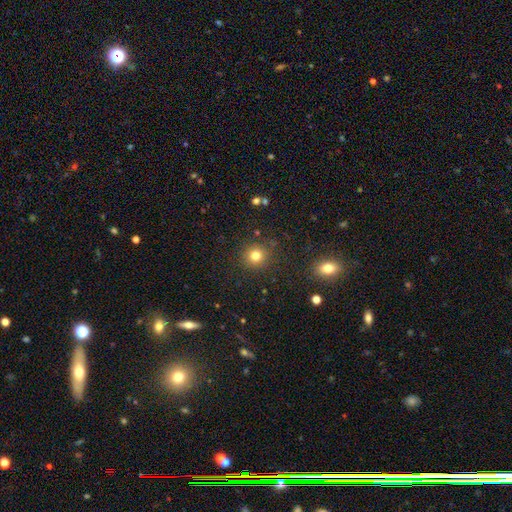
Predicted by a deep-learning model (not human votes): Smooth or featured? Predicted: smooth (p=0.79). How rounded? Predicted: round (p=0.93). Merging? Predicted: none (p=0.89).